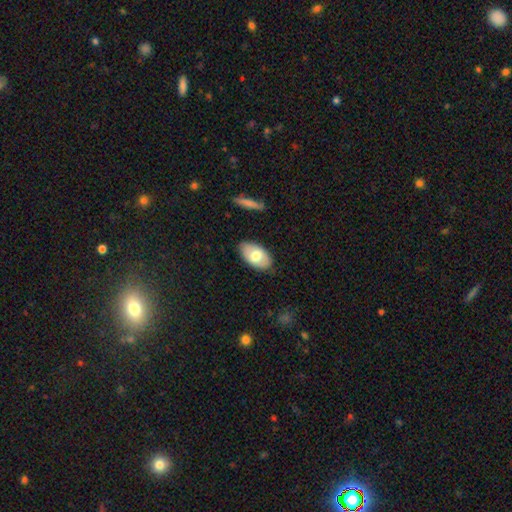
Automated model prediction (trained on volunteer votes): Smooth or featured?
  - smooth: 70% *
  - featured or disk: 24%
  - star or artifact: 6%
How rounded?
  - in between: 94% *
  - round: 4%
  - cigar-shaped: 2%
Merging?
  - none: 84% *
  - minor disturbance: 12%
  - major disturbance: 2%
  - merger: 1%